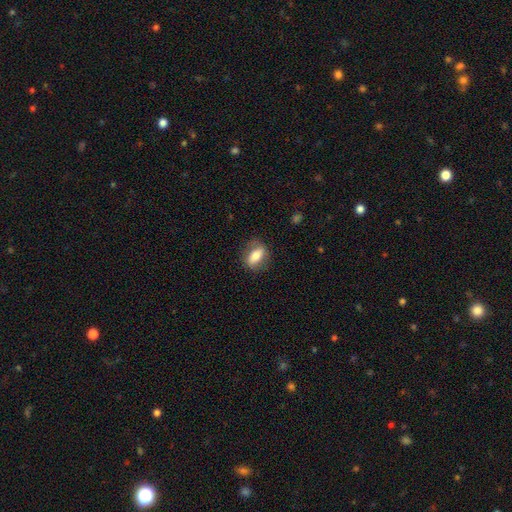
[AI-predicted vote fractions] smooth-or-featured: smooth: 69% | featured or disk: 23% | star or artifact: 7%
  how-rounded: in between: 78% | round: 13% | cigar-shaped: 10%
  merging: none: 78% | minor disturbance: 15% | major disturbance: 5% | merger: 1%